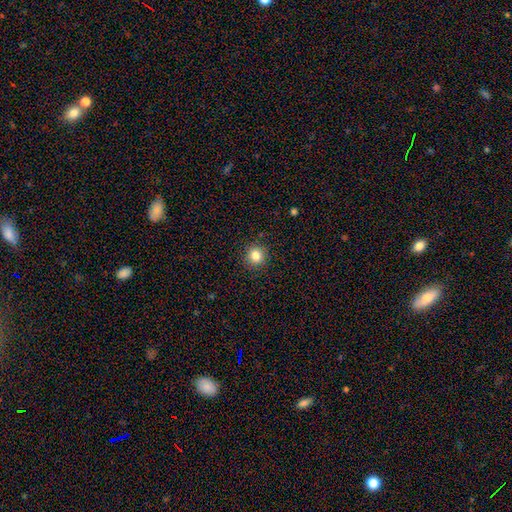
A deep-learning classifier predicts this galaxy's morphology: Smooth or featured: smooth — 82% (star or artifact — 12%)
How rounded: round — 94% (in between — 5%)
Merging: none — 91% (minor disturbance — 6%)